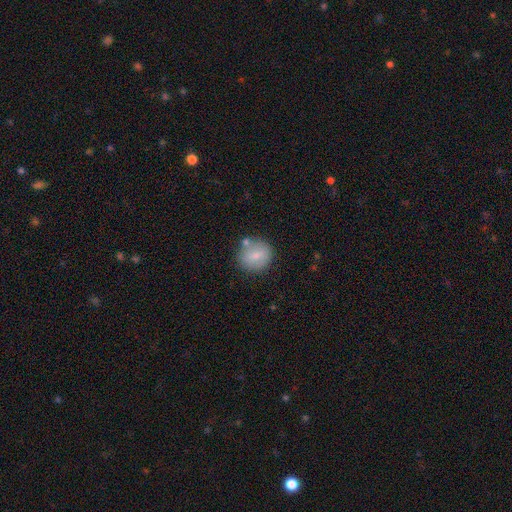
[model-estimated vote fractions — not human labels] smooth_or_featured: smooth (p=0.77) [alt: featured or disk p=0.15]
how_rounded: round (p=0.84) [alt: in between p=0.15]
merging: none (p=0.71) [alt: minor disturbance p=0.14]